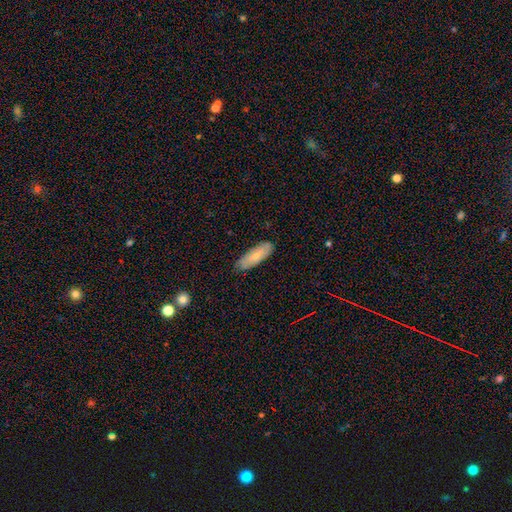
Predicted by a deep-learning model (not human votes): smooth_or_featured: smooth (p=0.76) [alt: featured or disk p=0.18]
how_rounded: in between (p=0.59) [alt: cigar-shaped p=0.39]
merging: none (p=0.84) [alt: minor disturbance p=0.13]